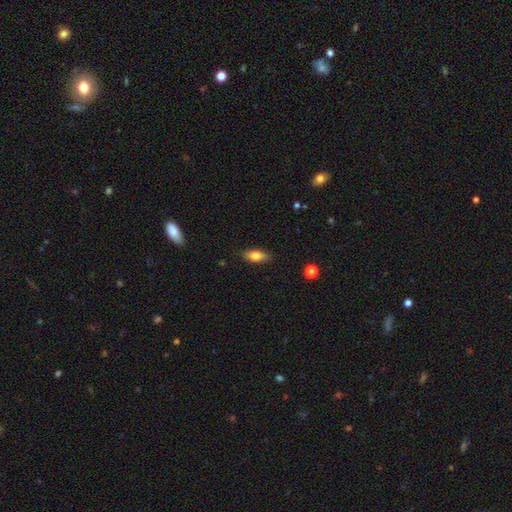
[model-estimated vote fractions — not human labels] smooth-or-featured: smooth: 78% | featured or disk: 15% | star or artifact: 7%
  how-rounded: in between: 81% | cigar-shaped: 15% | round: 4%
  merging: none: 86% | minor disturbance: 11% | major disturbance: 2% | merger: 1%